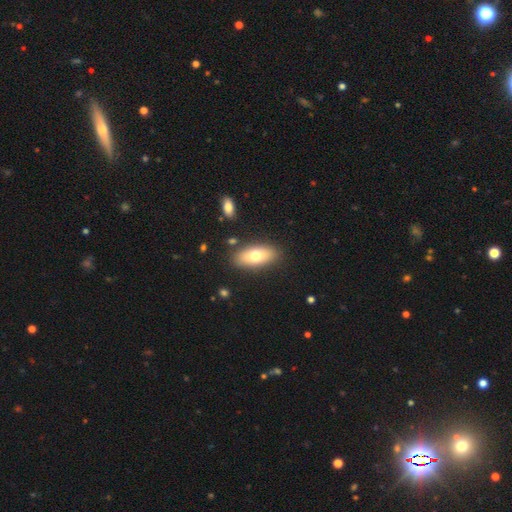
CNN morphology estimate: This appears to be a smooth galaxy with no disk features (69%) that is in between round and cigar-shaped (86%). Merging: none (85%).